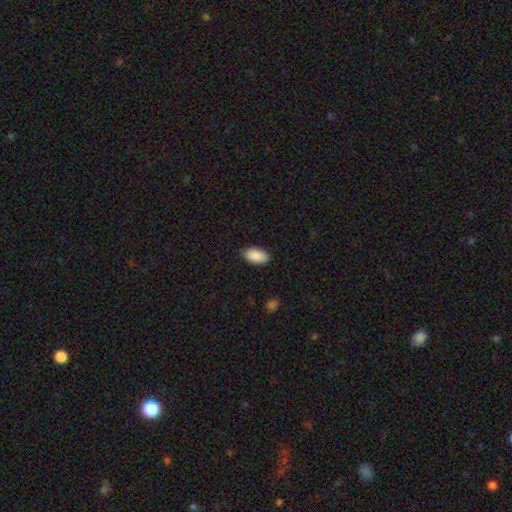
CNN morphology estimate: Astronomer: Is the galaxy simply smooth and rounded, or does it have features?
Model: smooth — 90%.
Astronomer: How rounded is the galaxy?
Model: in between — 95%.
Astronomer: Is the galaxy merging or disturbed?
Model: none — 87%.